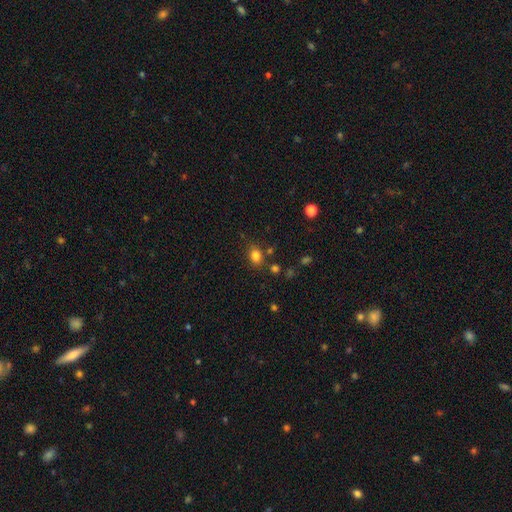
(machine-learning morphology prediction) Overall: smooth (81%). How rounded: in between (51%; round 48%). Merging: none (76%).